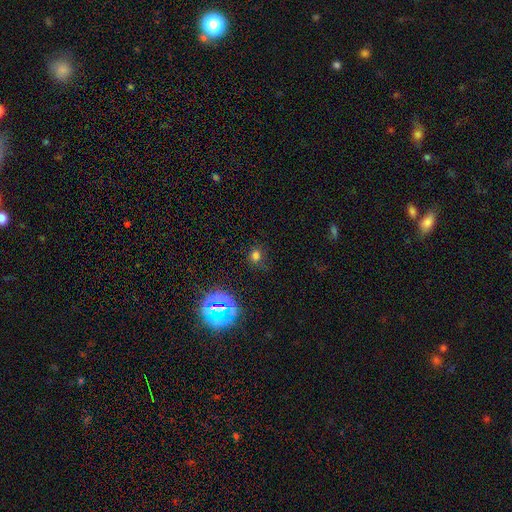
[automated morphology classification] The model was most divided on "smooth or featured": smooth: 63%, star or artifact: 31%, featured or disk: 7%. More confident: how rounded — round (78%); merging — none (77%).